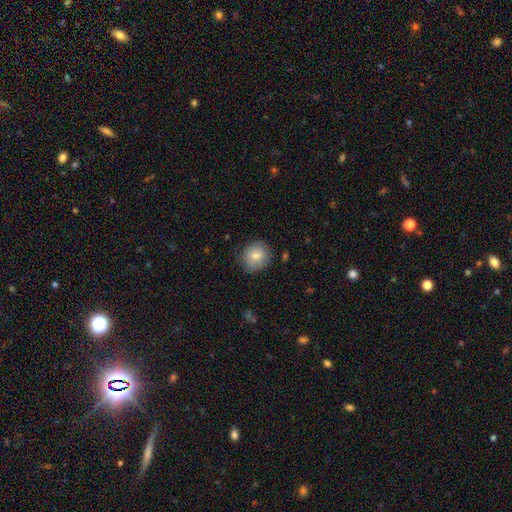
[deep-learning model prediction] A smooth galaxy with no disk features (80%) that is round (84%). Merging: none (80%).